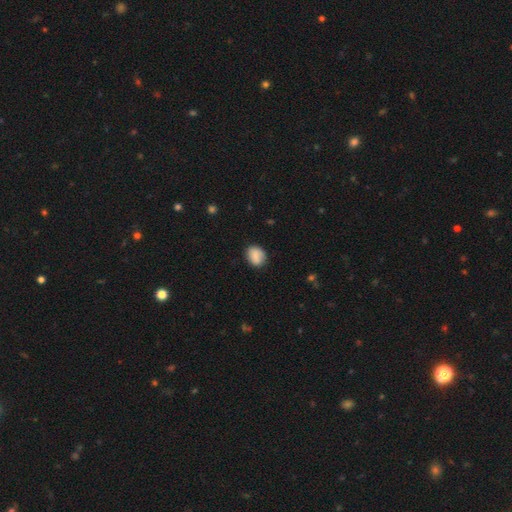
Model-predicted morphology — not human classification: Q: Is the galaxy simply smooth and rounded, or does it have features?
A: smooth — 86%.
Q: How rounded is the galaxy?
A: round — 50%.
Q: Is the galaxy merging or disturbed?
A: none — 81%.